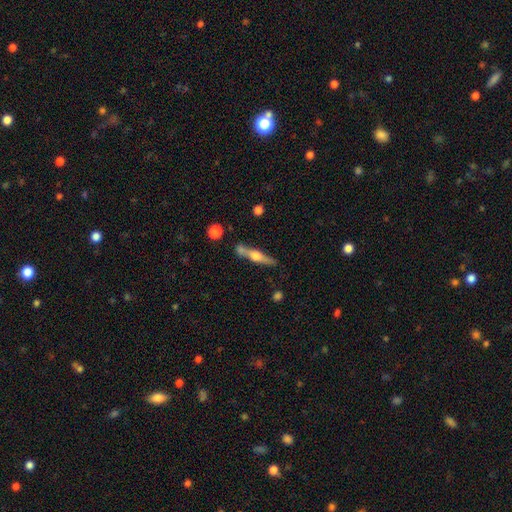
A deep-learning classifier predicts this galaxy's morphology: A featured or disk galaxy (59%) viewed edge-on (94%) with a rounded central bulge (90%). Merging: none (68%).